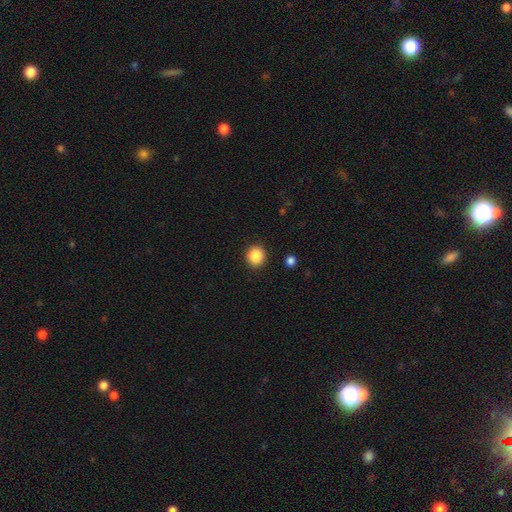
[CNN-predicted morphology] A smooth galaxy with no disk features (88%) that is round (87%).

Vote fractions:
- Smooth or featured? smooth: 88% / star or artifact: 9% / featured or disk: 3%
- How rounded? round: 87% / in between: 12% / cigar-shaped: 1%
- Merging? none: 91% / minor disturbance: 6% / major disturbance: 2% / merger: 1%